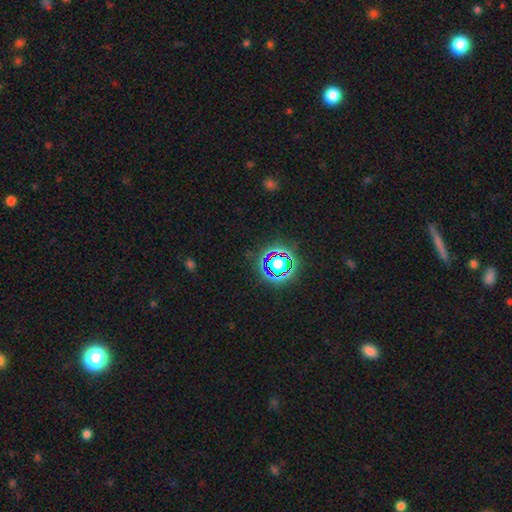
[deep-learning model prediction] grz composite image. It shows a star or artifact, not a galaxy (76%).